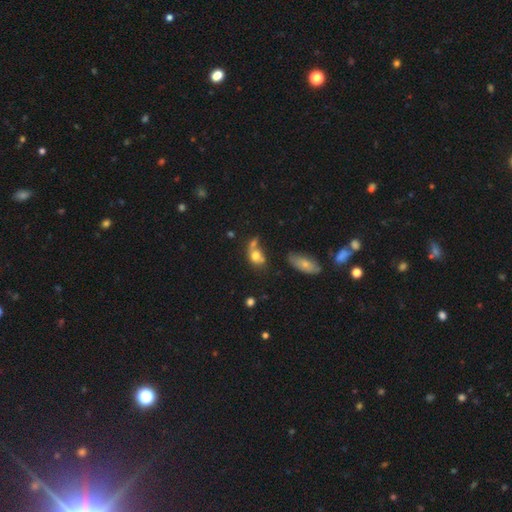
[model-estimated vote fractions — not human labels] Smooth or featured? smooth (72%)
How rounded? in between (57%)
Merging? merger (44%)